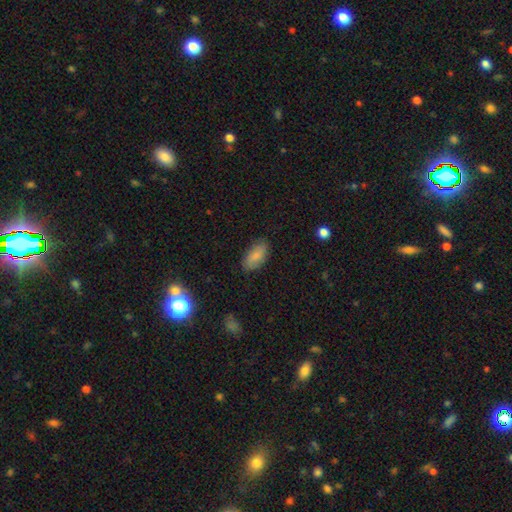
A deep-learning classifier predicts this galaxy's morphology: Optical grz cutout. It shows a smooth galaxy with no disk features (84%) that is in between round and cigar-shaped (91%). Merging: none (83%).